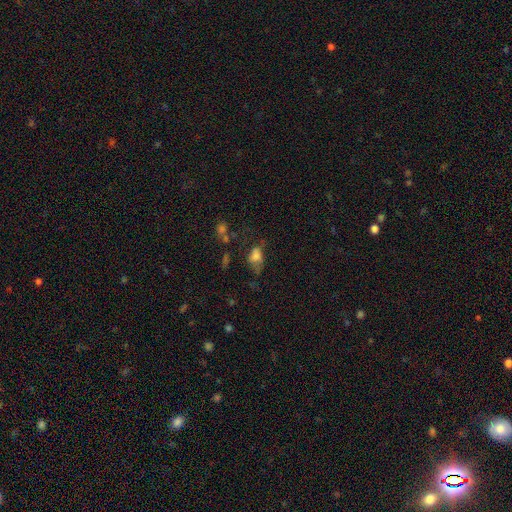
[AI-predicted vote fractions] Overall: smooth (64%). How rounded: in between (79%). Merging: major disturbance (35%; none 31%).